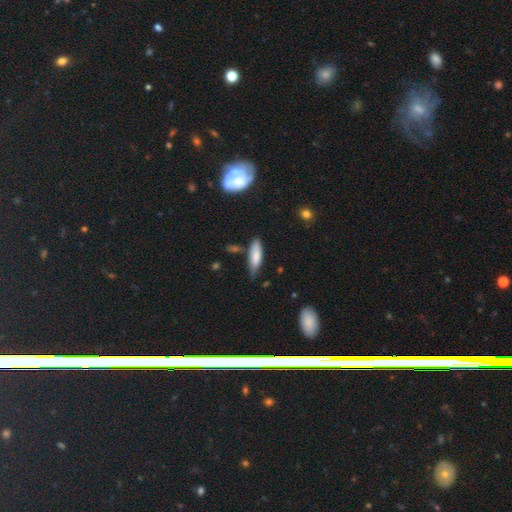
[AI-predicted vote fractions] This appears to be a smooth galaxy with no disk features (77%) that is cigar-shaped (51%). Merging: none (58%).